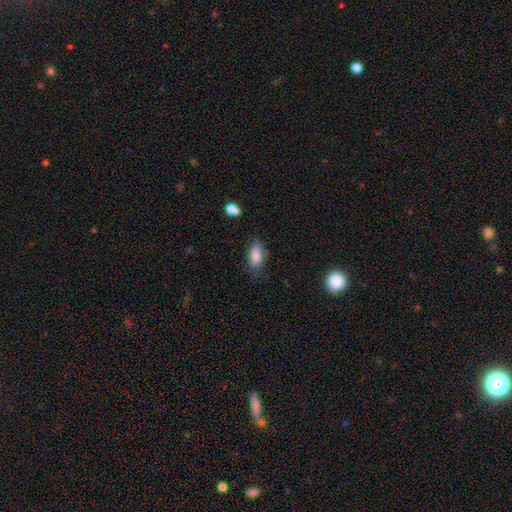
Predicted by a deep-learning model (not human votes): Q: Smooth or featured?
A: smooth (84%); runner-up: featured or disk (8%)
Q: How rounded?
A: in between (87%); runner-up: cigar-shaped (10%)
Q: Merging?
A: none (67%); runner-up: minor disturbance (24%)